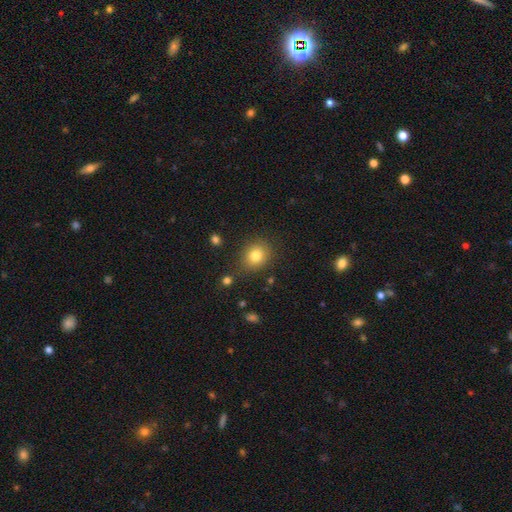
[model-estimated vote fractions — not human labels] Overall: smooth (81%). How rounded: round (67%; in between 32%). Merging: none (82%).